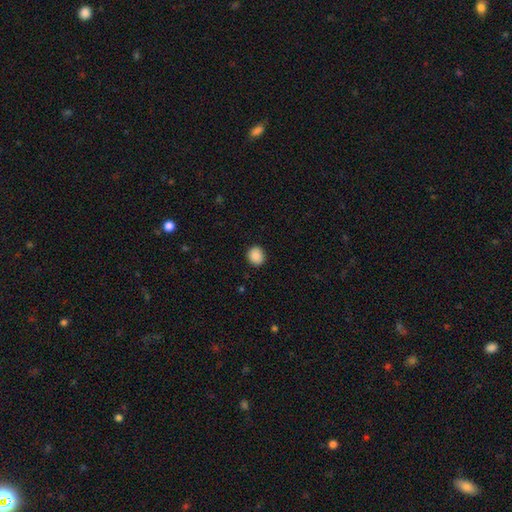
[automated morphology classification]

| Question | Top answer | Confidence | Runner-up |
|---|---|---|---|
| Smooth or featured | smooth | 89% | star or artifact (8%) |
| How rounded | round | 76% | in between (23%) |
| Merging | none | 90% | minor disturbance (7%) |